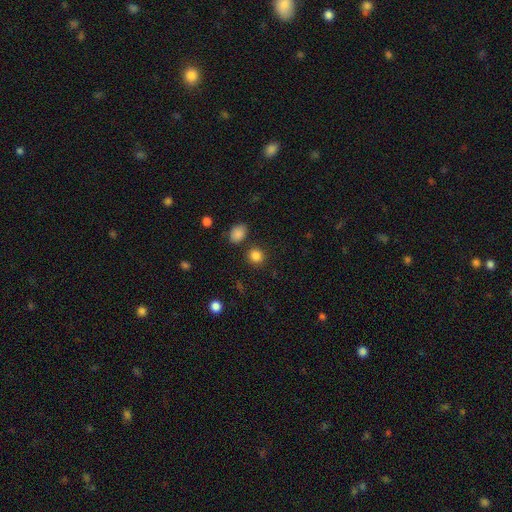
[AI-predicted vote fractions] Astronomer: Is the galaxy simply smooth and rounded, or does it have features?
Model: smooth — 85%.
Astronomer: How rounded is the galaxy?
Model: round — 86%.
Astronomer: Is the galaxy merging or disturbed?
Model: none — 83%.